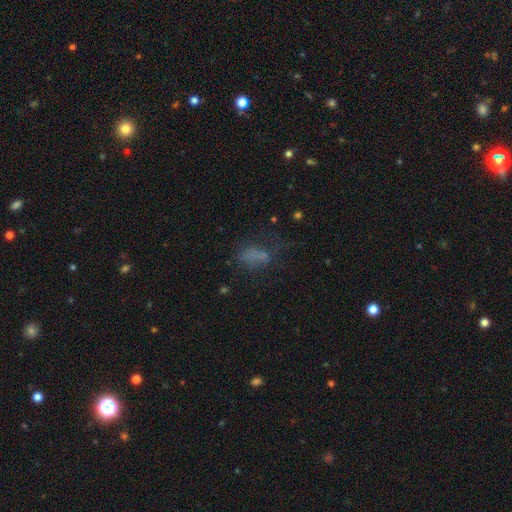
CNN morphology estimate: Smooth or featured: smooth — 60% (star or artifact — 21%)
How rounded: in between — 75% (cigar-shaped — 17%)
Merging: none — 44% (major disturbance — 29%)